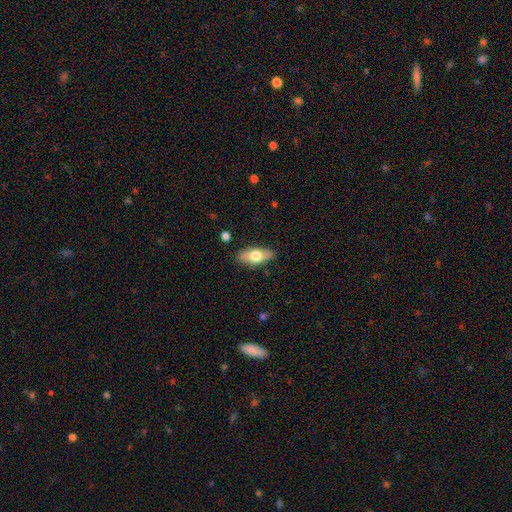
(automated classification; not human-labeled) Smooth or featured: smooth — 66% (featured or disk — 27%)
How rounded: in between — 81% (cigar-shaped — 15%)
Merging: none — 86% (minor disturbance — 11%)